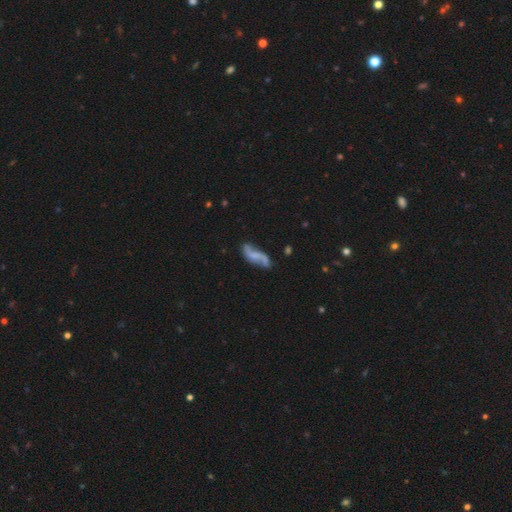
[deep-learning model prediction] Overall: featured or disk (71%). Edge-on disk: no (92%). Bar: no (44%; weak 38%). Spiral arms: yes (88%). Spiral arm count: 2 (89%). Spiral winding: loose (79%). Bulge size: none (52%; small 30%). Merging: none (60%; minor disturbance 22%).